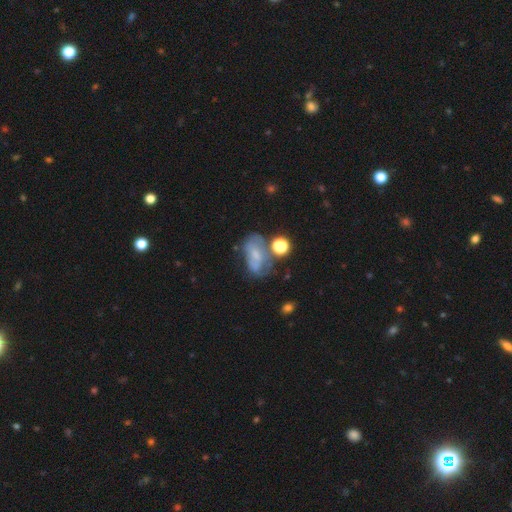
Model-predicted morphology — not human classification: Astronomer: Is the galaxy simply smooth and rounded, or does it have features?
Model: featured or disk — 45% (runner-up: smooth, 42%).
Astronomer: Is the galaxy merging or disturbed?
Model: none — 36% (runner-up: minor disturbance, 26%).